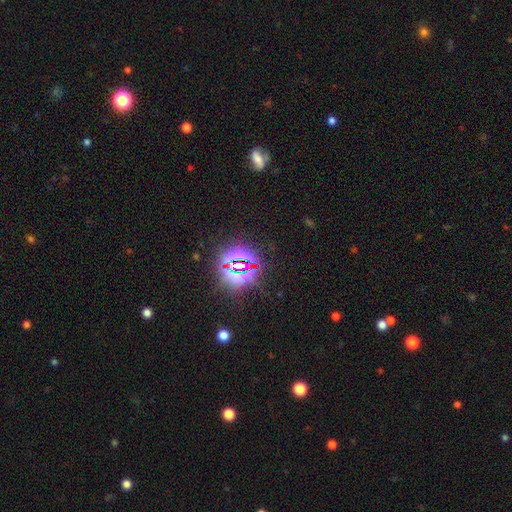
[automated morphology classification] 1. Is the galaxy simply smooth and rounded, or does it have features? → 81% star or artifact, 12% smooth, 7% featured or disk.